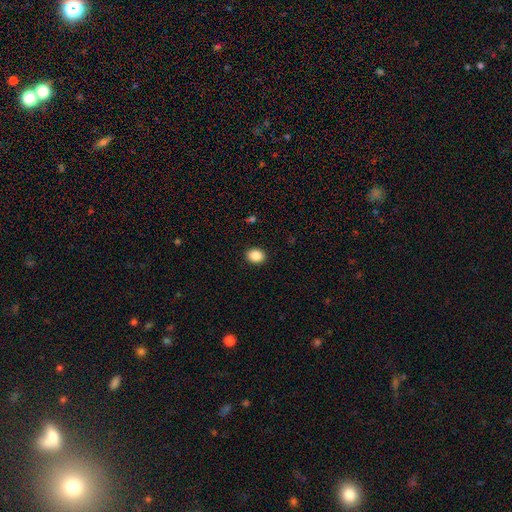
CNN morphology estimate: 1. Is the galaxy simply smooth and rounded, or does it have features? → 88% smooth, 9% star or artifact, 3% featured or disk.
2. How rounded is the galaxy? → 54% in between, 45% round, 1% cigar-shaped.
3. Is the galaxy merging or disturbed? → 91% none, 6% minor disturbance, 2% major disturbance, 1% merger.